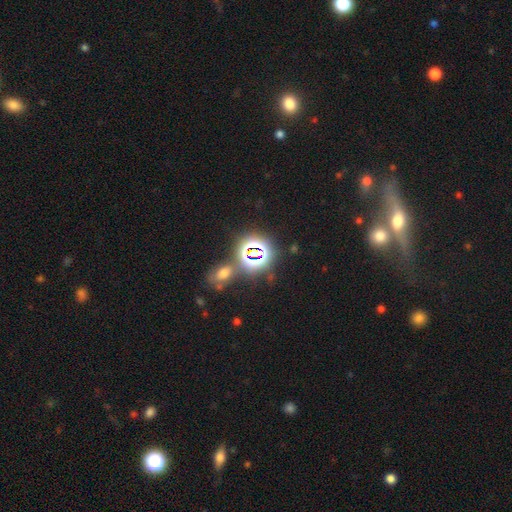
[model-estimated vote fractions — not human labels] Smooth or featured? star or artifact (71%)